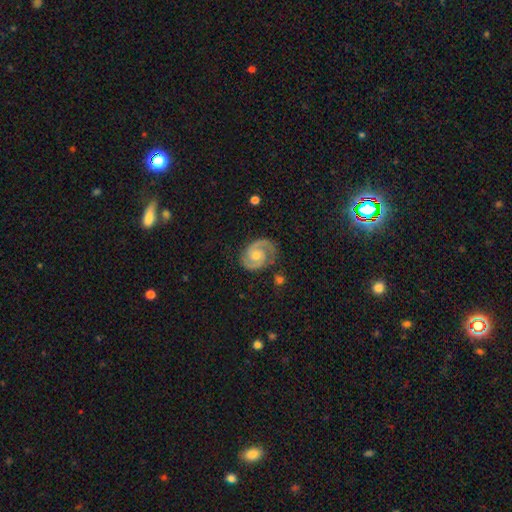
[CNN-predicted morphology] Smooth or featured? featured or disk (90%)
Edge-on disk? no (98%)
Bar? no (65%)
Spiral arms? yes (98%)
Spiral winding? tight (49%)
Spiral arm count? 2 (91%)
Bulge size? moderate (58%)
Merging? none (79%)